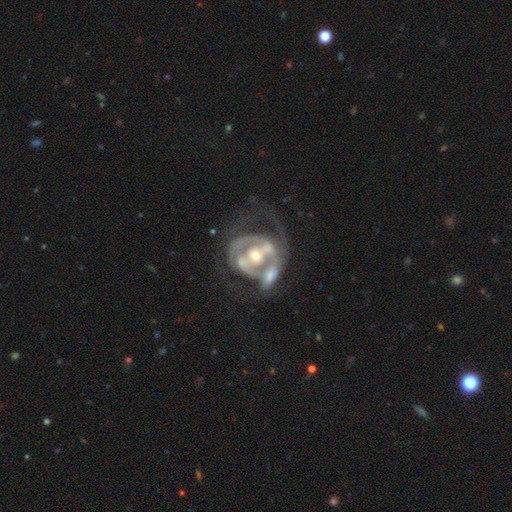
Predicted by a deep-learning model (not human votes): A featured or disk galaxy (83%) with no bar (41%), 2 (53%) tight (42%) spiral arms (68%) and a moderate central bulge (54%).

Vote fractions:
- Smooth or featured? featured or disk: 83% / smooth: 10% / star or artifact: 6%
- Edge-on disk? no: 97% / yes: 3%
- Bar? no: 41% / weak: 31% / strong: 27%
- Spiral arms? yes: 68% / no: 32%
- Spiral winding? tight: 42% / medium: 36% / loose: 21%
- Spiral arm count? 2: 53% / can't tell: 27% / 1: 11% / 3: 5% / 4: 2% / more than 4: 2%
- Bulge size? moderate: 54% / small: 38% / large: 4% / none: 2% / dominant: 1%
- Merging? merger: 49% / major disturbance: 21% / none: 19% / minor disturbance: 11%